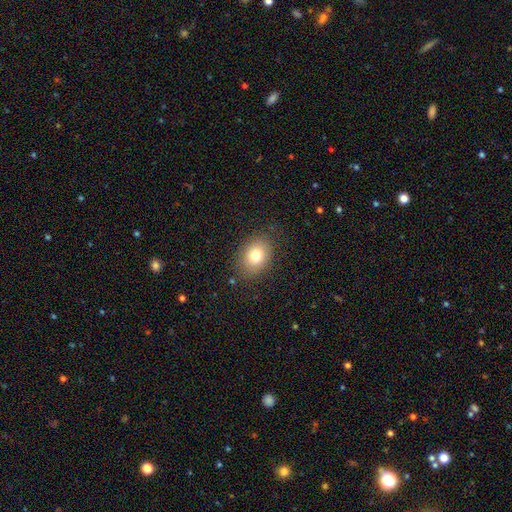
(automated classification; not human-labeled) The model was most divided on "how rounded": in between: 66%, round: 33%, cigar-shaped: 1%. More confident: merging — none (82%); smooth or featured — smooth (78%).